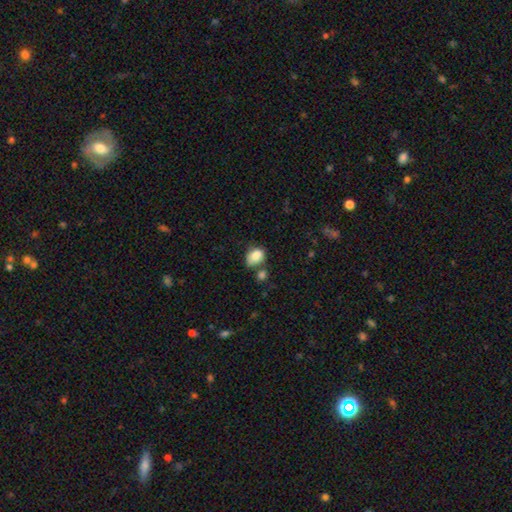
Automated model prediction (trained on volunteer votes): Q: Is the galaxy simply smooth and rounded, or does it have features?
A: smooth — 83%.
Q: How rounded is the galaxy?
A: in between — 70%.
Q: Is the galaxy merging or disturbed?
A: none — 49%.